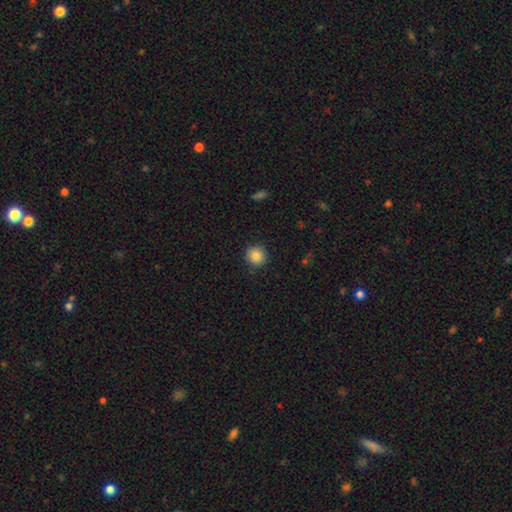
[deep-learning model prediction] This appears to be a smooth galaxy with no disk features (86%) that is round (93%). Merging: none (90%).